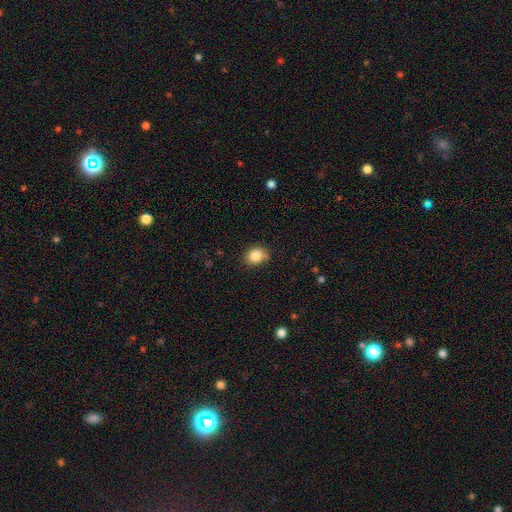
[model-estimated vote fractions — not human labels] Morphology: type=smooth (85%); roundness=round (56%); merging=none (77%).